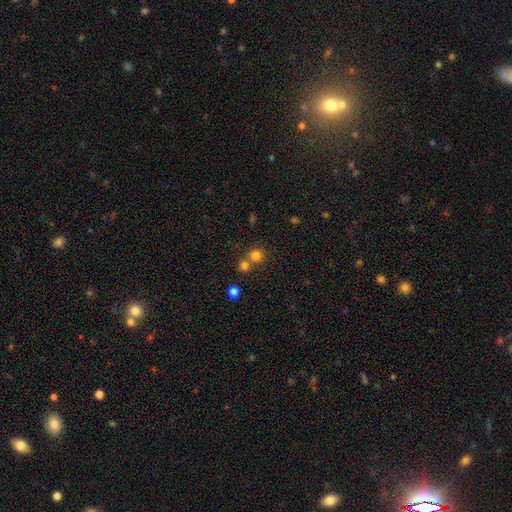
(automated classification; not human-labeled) A smooth galaxy with no disk features (77%) that is round (92%).

Vote fractions:
- Smooth or featured? smooth: 77% / star or artifact: 16% / featured or disk: 7%
- How rounded? round: 92% / in between: 7% / cigar-shaped: 1%
- Merging? none: 62% / merger: 30% / minor disturbance: 6% / major disturbance: 2%